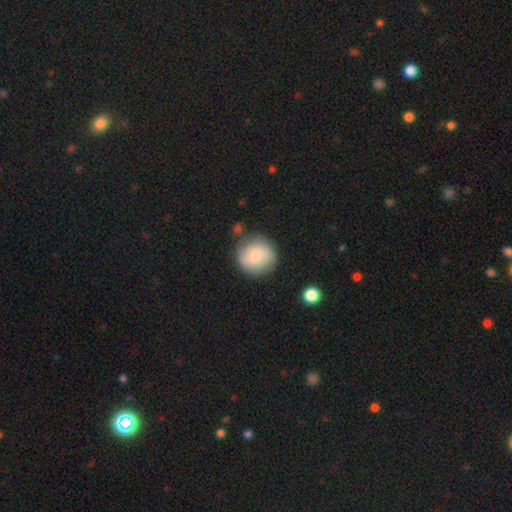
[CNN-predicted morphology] Smooth or featured: smooth — 61% (featured or disk — 32%)
How rounded: round — 90% (in between — 9%)
Merging: none — 73% (minor disturbance — 16%)